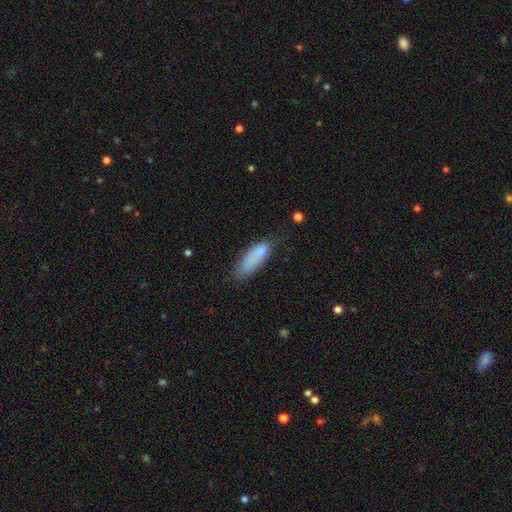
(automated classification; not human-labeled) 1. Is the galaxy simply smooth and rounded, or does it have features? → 82% smooth, 10% featured or disk, 8% star or artifact.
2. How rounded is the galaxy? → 53% in between, 45% cigar-shaped, 2% round.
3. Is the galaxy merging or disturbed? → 57% none, 29% minor disturbance, 10% major disturbance, 4% merger.